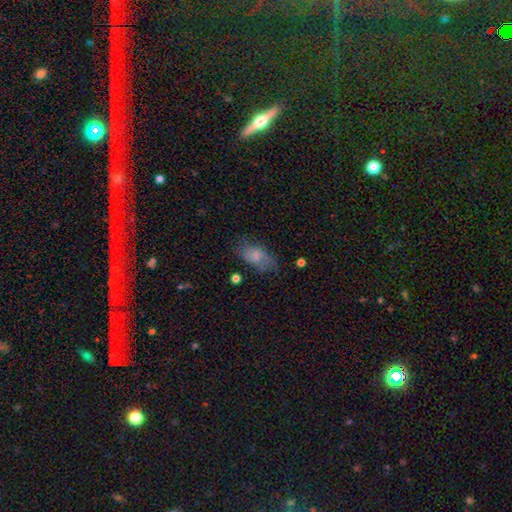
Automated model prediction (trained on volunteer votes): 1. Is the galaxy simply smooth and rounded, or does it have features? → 68% smooth, 24% featured or disk, 8% star or artifact.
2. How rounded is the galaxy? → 91% in between, 5% cigar-shaped, 4% round.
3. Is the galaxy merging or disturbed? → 58% none, 27% minor disturbance, 13% major disturbance, 3% merger.